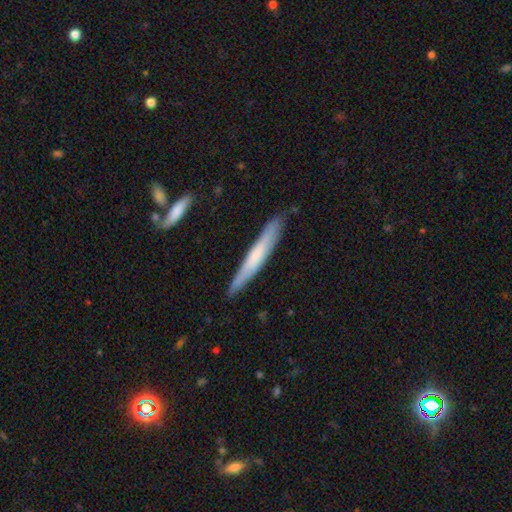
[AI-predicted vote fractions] smooth_or_featured: smooth (p=0.55) [alt: featured or disk p=0.39]
how_rounded: cigar-shaped (p=0.95) [alt: in between p=0.04]
merging: none (p=0.86) [alt: minor disturbance p=0.11]